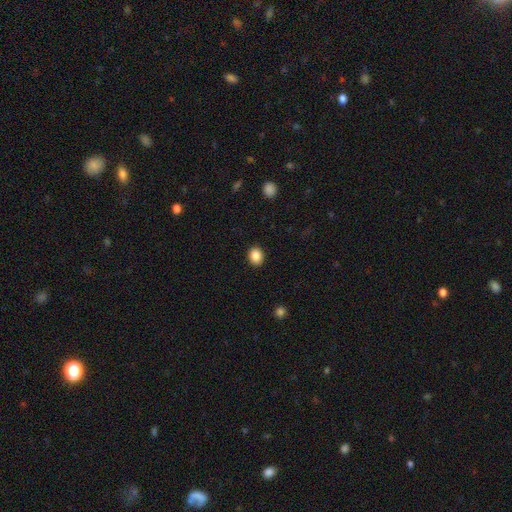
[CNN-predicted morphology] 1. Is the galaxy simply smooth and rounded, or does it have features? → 88% smooth, 9% star or artifact, 4% featured or disk.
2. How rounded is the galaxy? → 57% round, 42% in between, 1% cigar-shaped.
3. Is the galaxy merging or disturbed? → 91% none, 6% minor disturbance, 2% major disturbance, 1% merger.